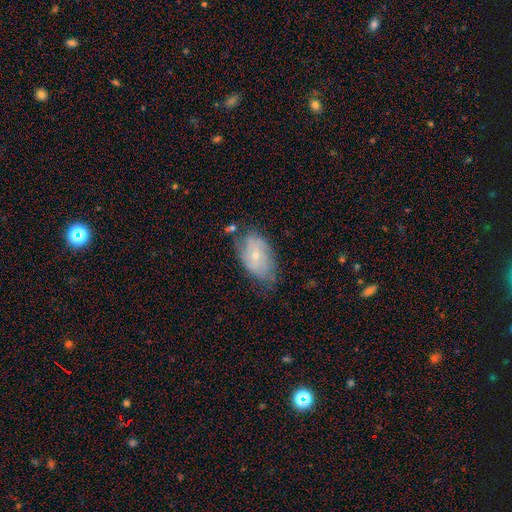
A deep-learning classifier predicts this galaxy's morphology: featured or disk 53%, smooth 39%, star or artifact 8%. Down the decision tree: edge-on disk — no (94%); merging — none (54%).